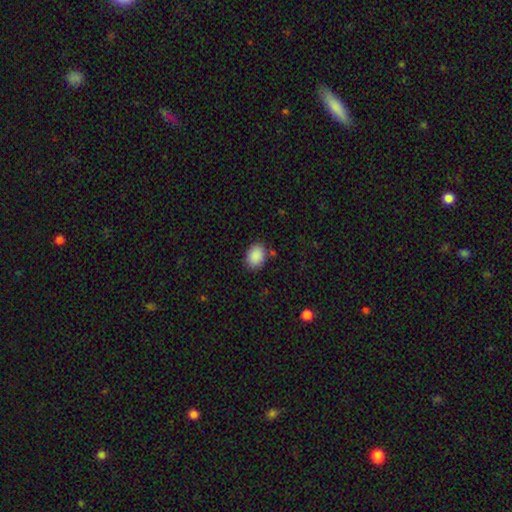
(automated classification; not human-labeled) This is clearly a smooth galaxy (89%). How rounded: likely in between (65%). Merging: clearly none (83%).